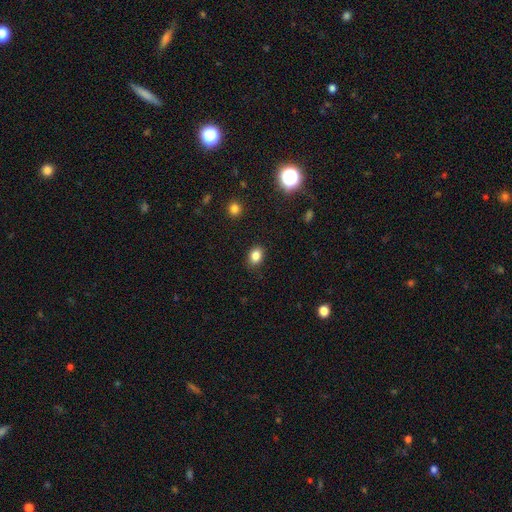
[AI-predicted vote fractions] Q: Smooth or featured?
A: smooth (84%); runner-up: star or artifact (11%)
Q: How rounded?
A: in between (68%); runner-up: round (31%)
Q: Merging?
A: none (88%); runner-up: minor disturbance (9%)